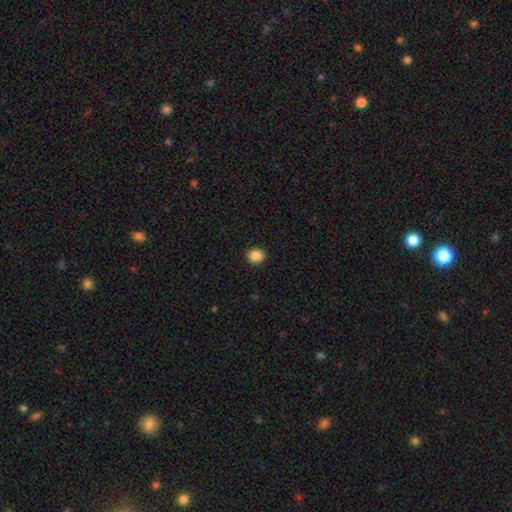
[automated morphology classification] Q: Smooth or featured?
A: smooth (88%); runner-up: star or artifact (9%)
Q: How rounded?
A: round (76%); runner-up: in between (24%)
Q: Merging?
A: none (92%); runner-up: minor disturbance (6%)